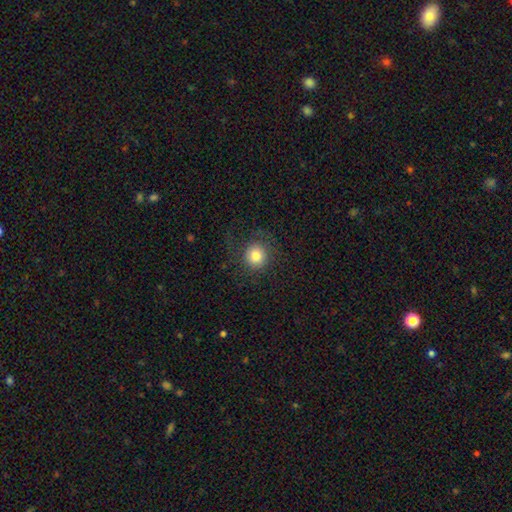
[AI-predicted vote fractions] smooth 81%, star or artifact 10%, featured or disk 9%. Down the decision tree: how rounded — round (91%); merging — none (79%).